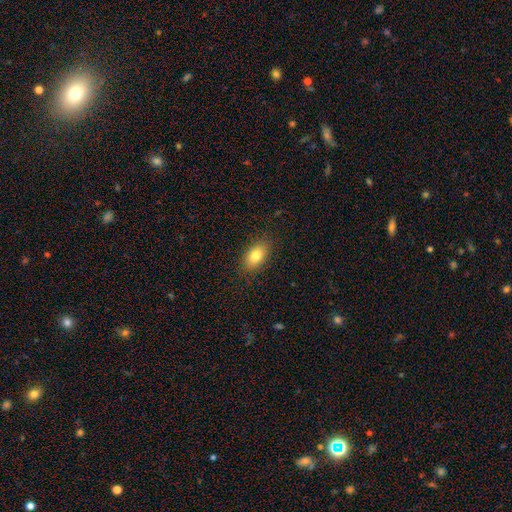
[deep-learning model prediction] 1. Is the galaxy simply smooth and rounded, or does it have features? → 80% smooth, 12% featured or disk, 8% star or artifact.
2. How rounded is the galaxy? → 88% in between, 8% round, 4% cigar-shaped.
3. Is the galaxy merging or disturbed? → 86% none, 10% minor disturbance, 3% major disturbance, 1% merger.